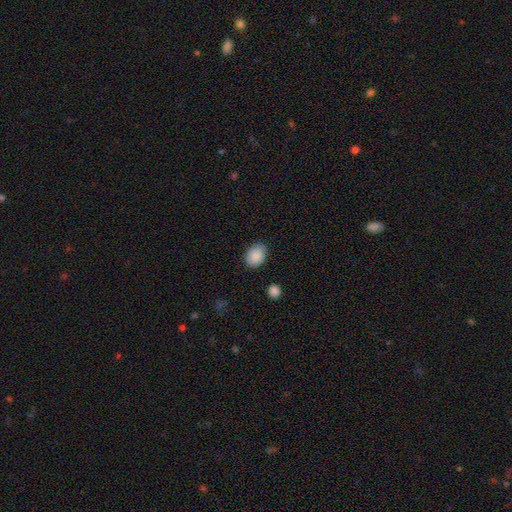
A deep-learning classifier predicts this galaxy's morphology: This appears to be a smooth galaxy with no disk features (89%) that is in between round and cigar-shaped (71%). Merging: none (83%).